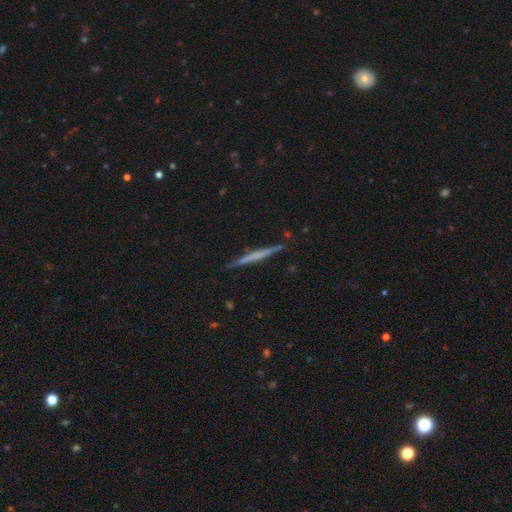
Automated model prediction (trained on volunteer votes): Q: Smooth or featured?
A: featured or disk (61%); runner-up: smooth (34%)
Q: Edge-on disk?
A: yes (98%); runner-up: no (2%)
Q: Edge-on bulge?
A: none (75%); runner-up: rounded (16%)
Q: Merging?
A: none (90%); runner-up: minor disturbance (7%)